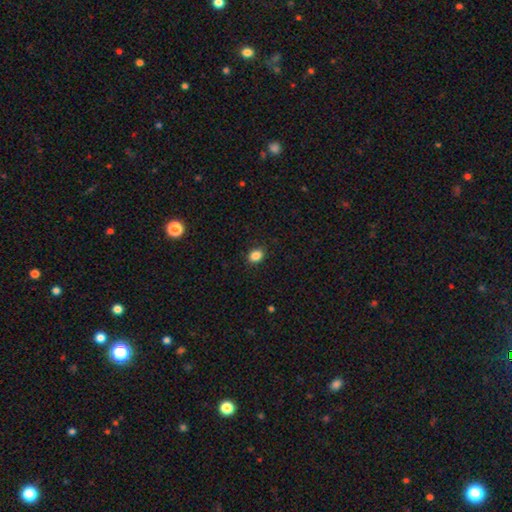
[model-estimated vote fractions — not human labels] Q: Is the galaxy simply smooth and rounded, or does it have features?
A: smooth — 86%.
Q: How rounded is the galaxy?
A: in between — 55%.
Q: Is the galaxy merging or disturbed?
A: none — 89%.